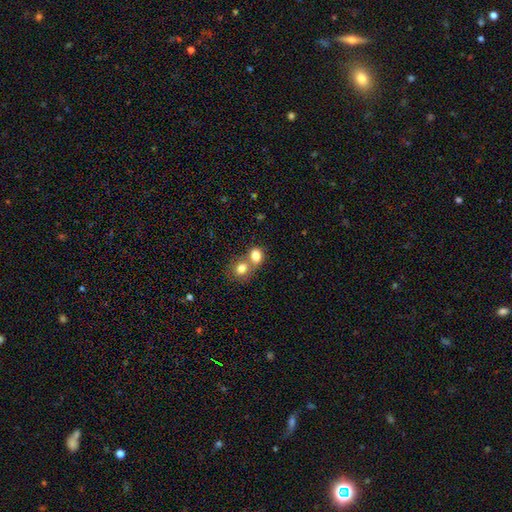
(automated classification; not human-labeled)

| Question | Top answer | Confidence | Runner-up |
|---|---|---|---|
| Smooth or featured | smooth | 80% | featured or disk (10%) |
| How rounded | round | 53% | in between (46%) |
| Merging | merger | 59% | none (31%) |